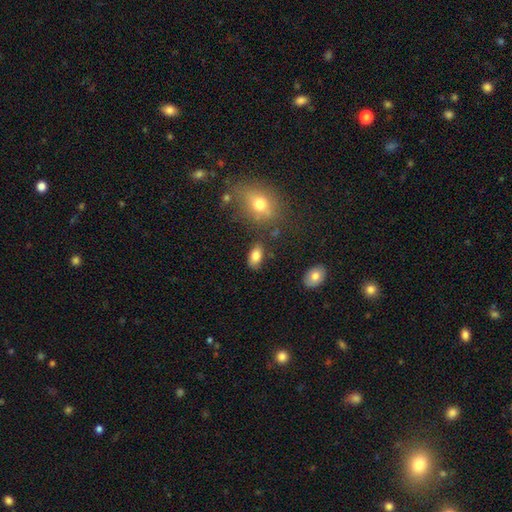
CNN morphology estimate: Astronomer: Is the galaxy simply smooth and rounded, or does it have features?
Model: smooth — 82%.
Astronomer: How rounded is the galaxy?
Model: in between — 91%.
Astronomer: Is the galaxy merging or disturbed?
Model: none — 80%.